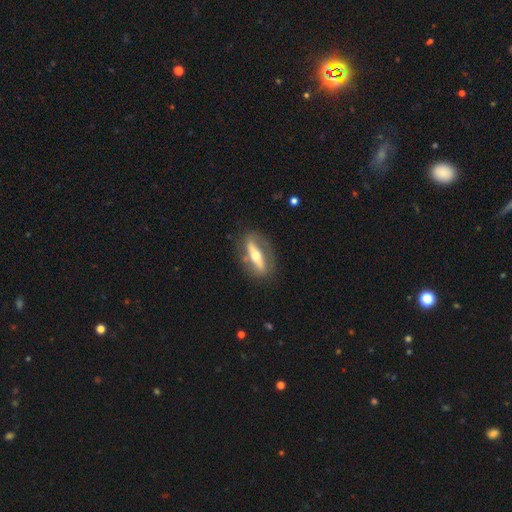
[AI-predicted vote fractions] Morphology: type=featured or disk (67%); edge-on=yes (54%); merging=none (78%).